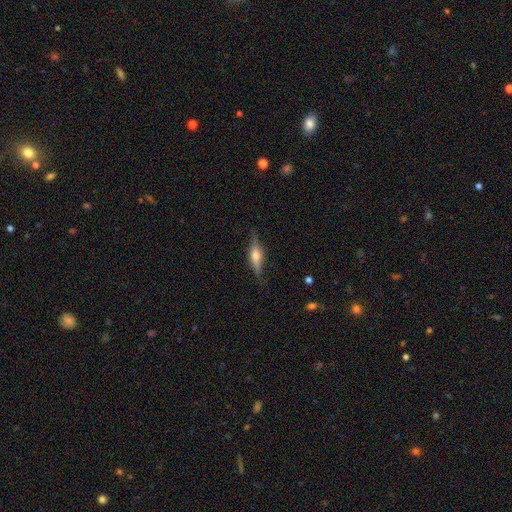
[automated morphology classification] Smooth or featured: featured or disk — 64% (smooth — 29%)
Edge-on disk: yes — 95% (no — 5%)
Edge-on bulge: rounded — 87% (boxy — 10%)
Merging: none — 81% (minor disturbance — 14%)